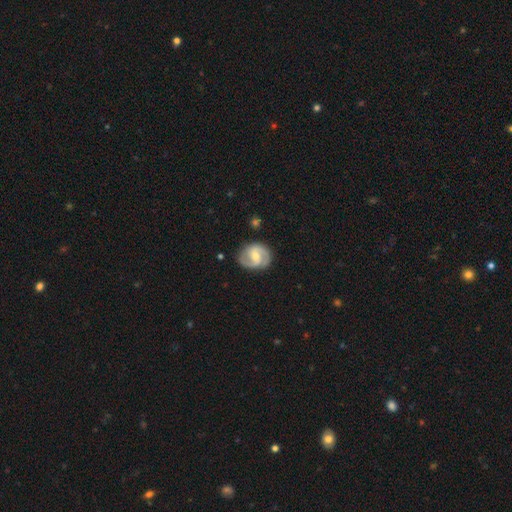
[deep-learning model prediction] Smooth or featured? Predicted: featured or disk (p=0.85). Edge-on disk? Predicted: no (p=0.98). Bar? Predicted: weak (p=0.51). Spiral arms? Predicted: yes (p=0.96). Spiral winding? Predicted: medium (p=0.53). Spiral arm count? Predicted: 2 (p=0.91). Bulge size? Predicted: moderate (p=0.53). Merging? Predicted: none (p=0.82).